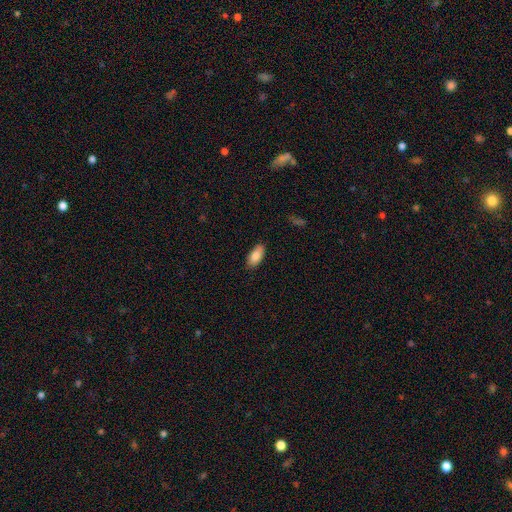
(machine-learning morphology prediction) This appears to be a smooth galaxy with no disk features (84%) that is in between round and cigar-shaped (91%). Merging: none (86%).